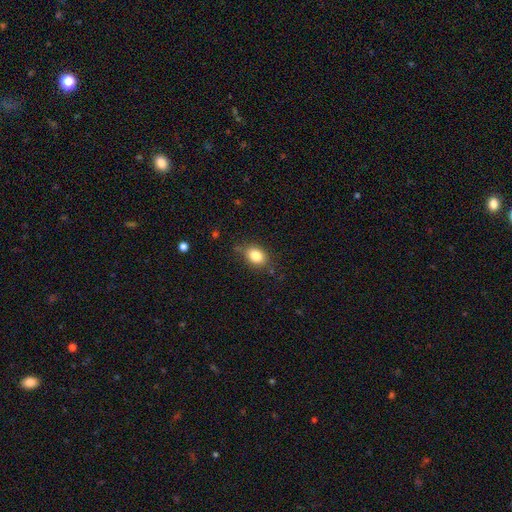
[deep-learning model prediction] Overall: smooth (83%). How rounded: in between (63%; round 36%). Merging: none (78%).